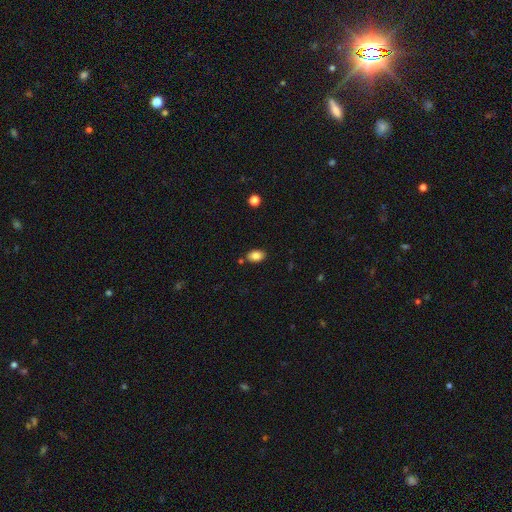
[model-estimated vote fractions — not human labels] smooth_or_featured: smooth (p=0.85) [alt: star or artifact p=0.09]
how_rounded: in between (p=0.87) [alt: round p=0.12]
merging: none (p=0.81) [alt: minor disturbance p=0.11]